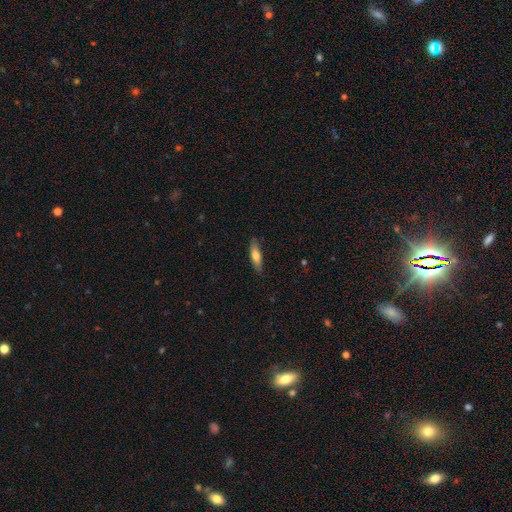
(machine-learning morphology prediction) smooth-or-featured: smooth: 71% | featured or disk: 23% | star or artifact: 6%
  how-rounded: cigar-shaped: 60% | in between: 38% | round: 2%
  merging: none: 84% | minor disturbance: 13% | major disturbance: 2% | merger: 1%